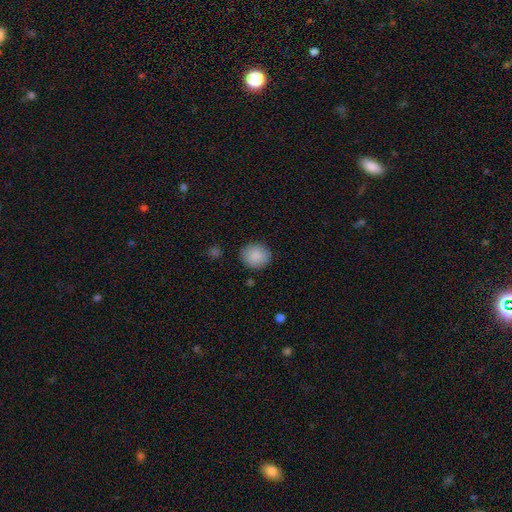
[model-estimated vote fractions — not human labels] This is clearly a smooth galaxy (89%). How rounded: likely round (79%). Merging: clearly none (87%).